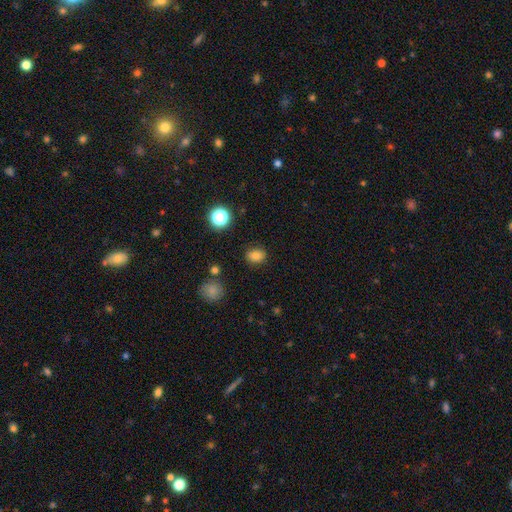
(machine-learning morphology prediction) smooth_or_featured: smooth (p=0.80) [alt: star or artifact p=0.14]
how_rounded: round (p=0.56) [alt: in between p=0.43]
merging: none (p=0.85) [alt: minor disturbance p=0.10]